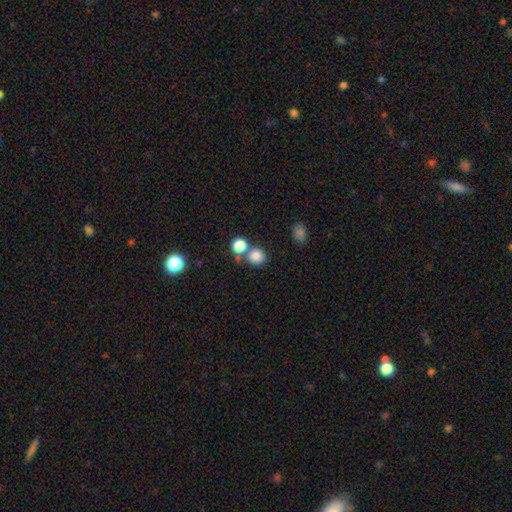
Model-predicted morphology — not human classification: A smooth galaxy with no disk features (82%) that is round (89%). Merging: none (62%).